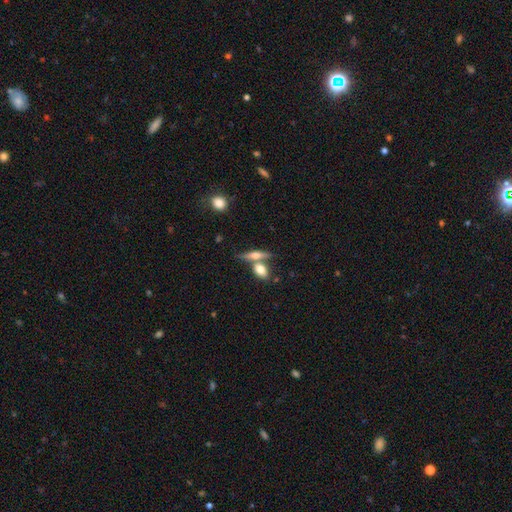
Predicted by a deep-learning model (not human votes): Smooth or featured? Predicted: smooth (p=0.48). Merging? Predicted: none (p=0.53).